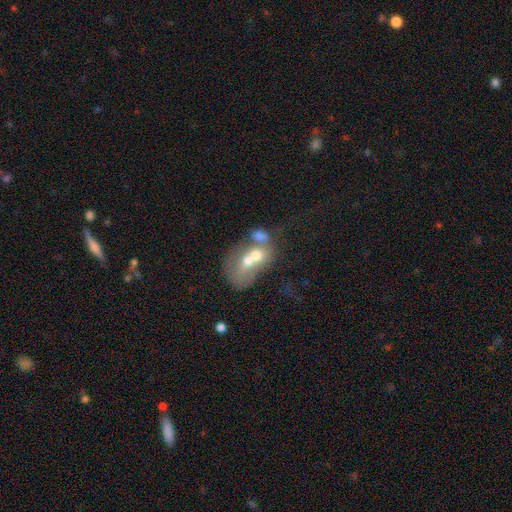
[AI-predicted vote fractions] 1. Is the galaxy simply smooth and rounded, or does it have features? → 51% smooth, 39% featured or disk, 11% star or artifact.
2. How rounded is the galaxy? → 65% in between, 34% round, 2% cigar-shaped.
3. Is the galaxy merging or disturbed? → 73% merger, 11% none, 9% major disturbance, 6% minor disturbance.